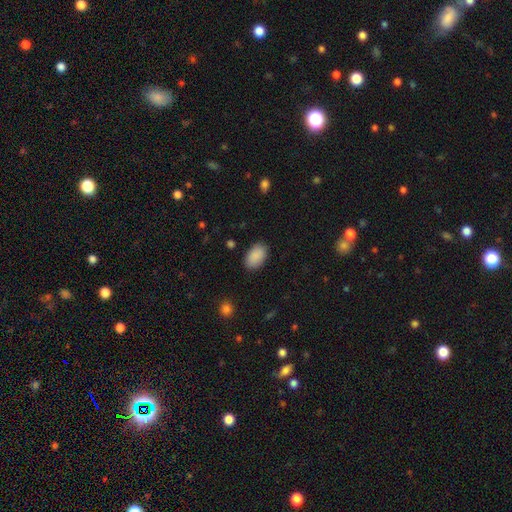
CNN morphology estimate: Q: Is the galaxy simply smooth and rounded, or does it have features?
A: smooth — 90%.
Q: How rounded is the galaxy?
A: in between — 92%.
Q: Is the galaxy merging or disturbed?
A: none — 87%.